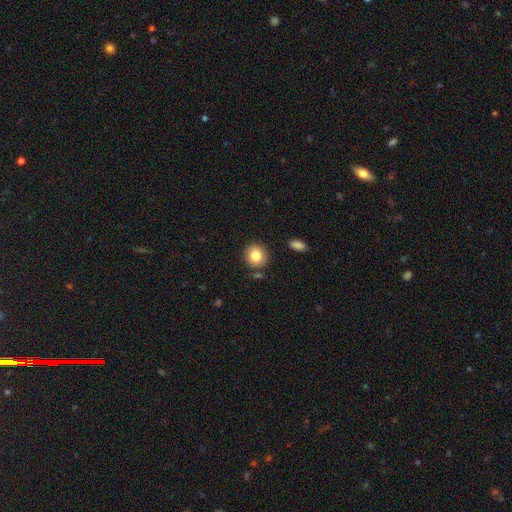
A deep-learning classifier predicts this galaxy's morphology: smooth 83%, star or artifact 9%, featured or disk 8%. Down the decision tree: how rounded — round (89%); merging — none (85%).